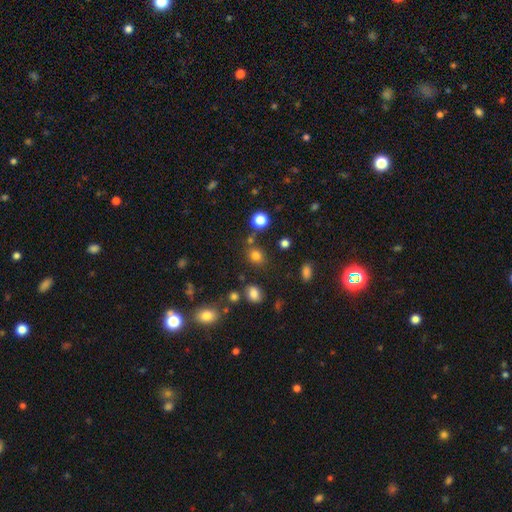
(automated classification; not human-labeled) Q: Smooth or featured?
A: smooth (78%); runner-up: star or artifact (16%)
Q: How rounded?
A: round (69%); runner-up: in between (30%)
Q: Merging?
A: none (73%); runner-up: minor disturbance (12%)